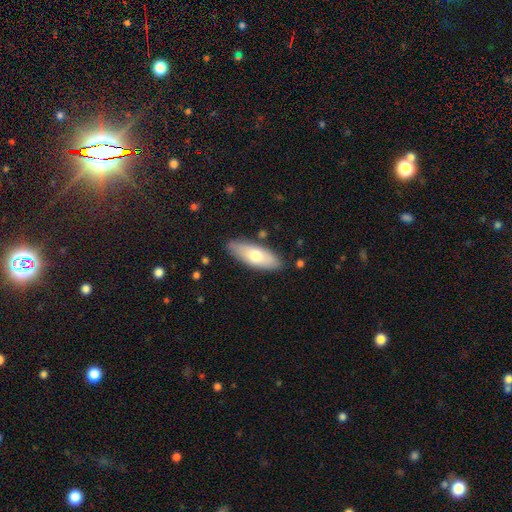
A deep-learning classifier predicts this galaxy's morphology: Q: Smooth or featured?
A: smooth (65%); runner-up: featured or disk (29%)
Q: How rounded?
A: in between (69%); runner-up: cigar-shaped (29%)
Q: Merging?
A: none (83%); runner-up: minor disturbance (12%)